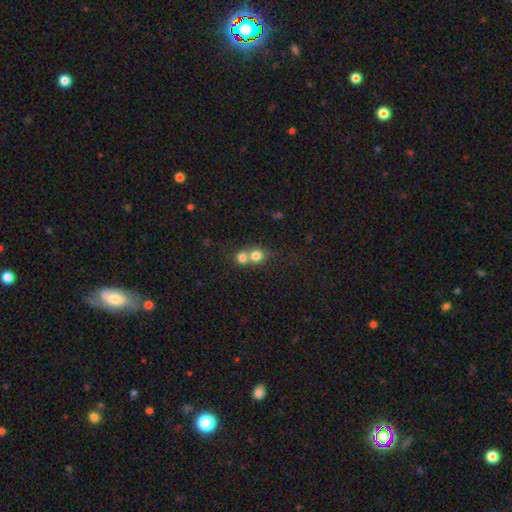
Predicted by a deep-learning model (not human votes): Smooth or featured? Predicted: smooth (p=0.77). How rounded? Predicted: round (p=0.83). Merging? Predicted: merger (p=0.63).